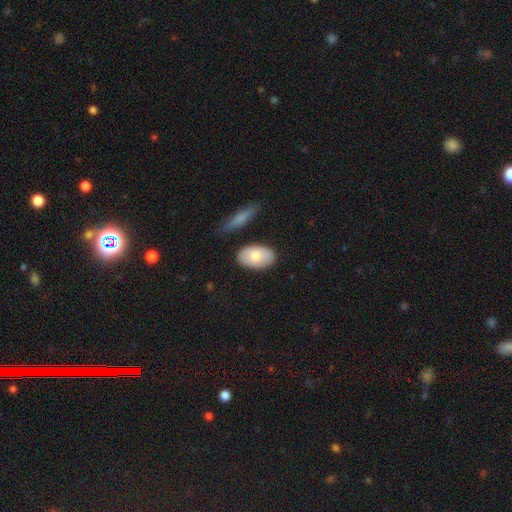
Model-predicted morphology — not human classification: Overall: smooth (77%). How rounded: in between (93%). Merging: none (79%).